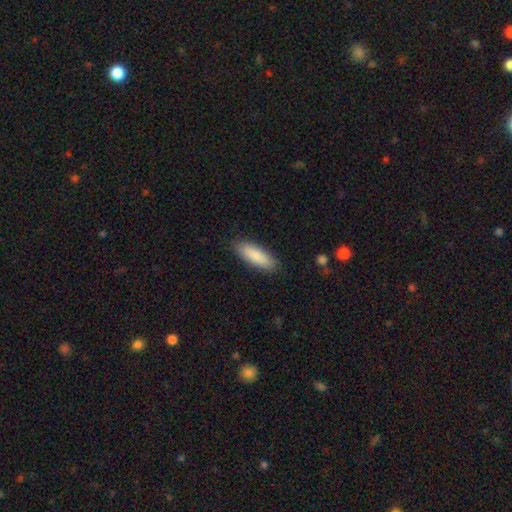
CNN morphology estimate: smooth_or_featured: smooth (p=0.87) [alt: featured or disk p=0.08]
how_rounded: in between (p=0.52) [alt: cigar-shaped p=0.46]
merging: none (p=0.88) [alt: minor disturbance p=0.09]